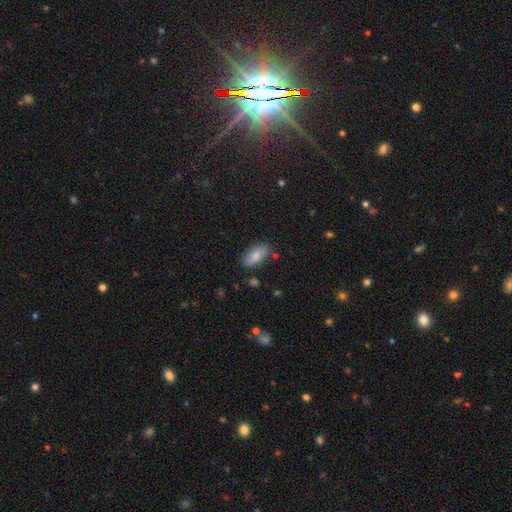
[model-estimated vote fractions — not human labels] Smooth or featured? smooth (79%)
How rounded? in between (89%)
Merging? none (80%)